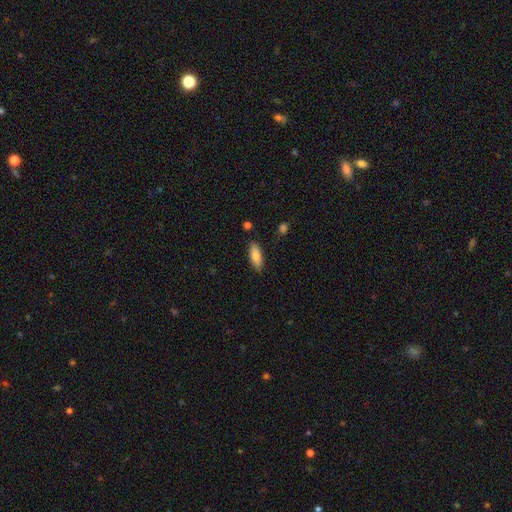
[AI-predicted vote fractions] Smooth or featured?
  - smooth: 83% *
  - featured or disk: 11%
  - star or artifact: 6%
How rounded?
  - in between: 74% *
  - cigar-shaped: 24%
  - round: 2%
Merging?
  - none: 86% *
  - minor disturbance: 10%
  - major disturbance: 2%
  - merger: 2%